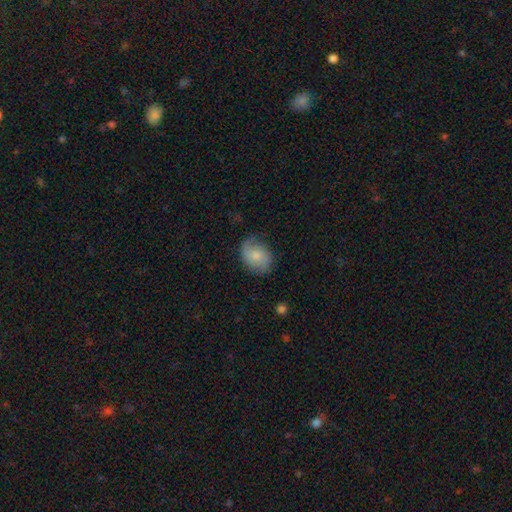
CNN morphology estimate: Q: Smooth or featured?
A: smooth (71%); runner-up: featured or disk (22%)
Q: How rounded?
A: in between (65%); runner-up: round (34%)
Q: Merging?
A: none (61%); runner-up: minor disturbance (28%)